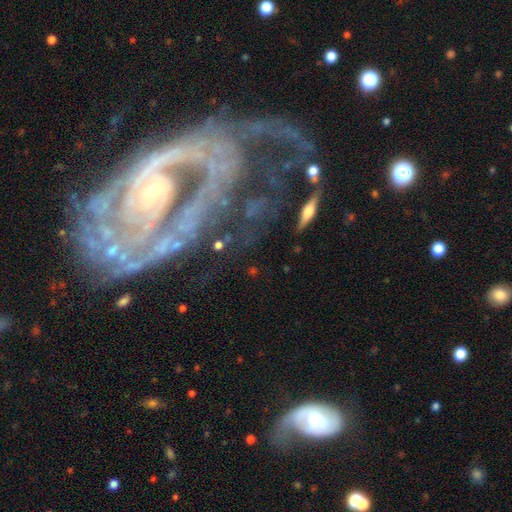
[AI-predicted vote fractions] smooth_or_featured: featured or disk (p=0.84) [alt: star or artifact p=0.08]
disk_edge_on: no (p=0.95) [alt: yes p=0.05]
bar: no (p=0.51) [alt: weak p=0.26]
has_spiral_arms: yes (p=0.93) [alt: no p=0.07]
spiral_winding: tight (p=0.57) [alt: medium p=0.32]
spiral_arm_count: 2 (p=0.41) [alt: can't tell p=0.21]
bulge_size: small (p=0.69) [alt: moderate p=0.23]
merging: none (p=0.48) [alt: major disturbance p=0.26]